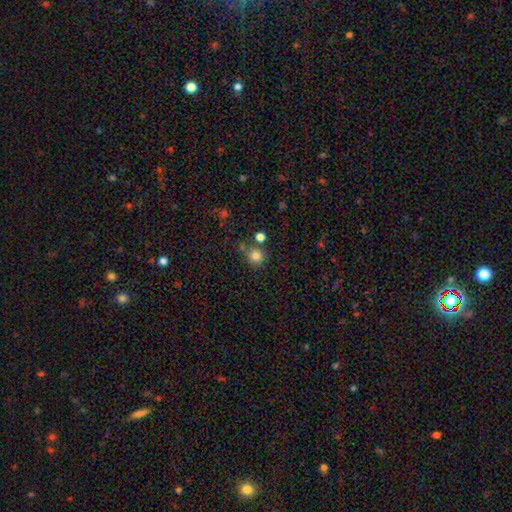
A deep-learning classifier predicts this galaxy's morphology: Smooth or featured? smooth (81%)
How rounded? round (92%)
Merging? none (69%)